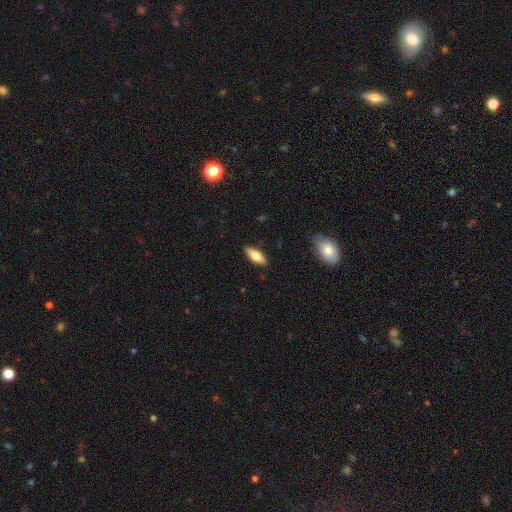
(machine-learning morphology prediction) Q: Smooth or featured?
A: smooth (76%); runner-up: featured or disk (17%)
Q: How rounded?
A: in between (81%); runner-up: cigar-shaped (17%)
Q: Merging?
A: none (88%); runner-up: minor disturbance (9%)